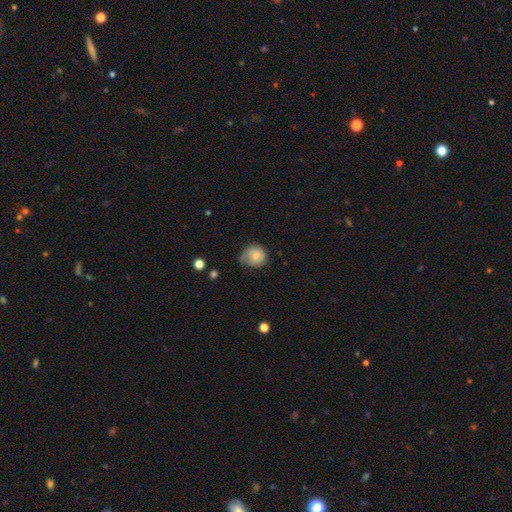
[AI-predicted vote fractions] Morphology: type=smooth (79%); roundness=round (73%); merging=none (44%).